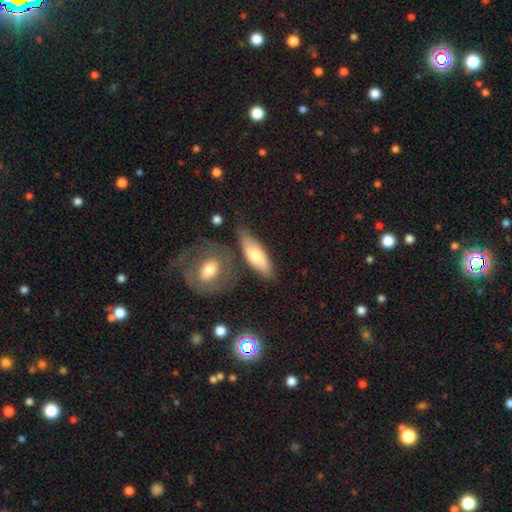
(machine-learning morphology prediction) Smooth or featured? Predicted: smooth (p=0.64). How rounded? Predicted: in between (p=0.61). Merging? Predicted: none (p=0.65).